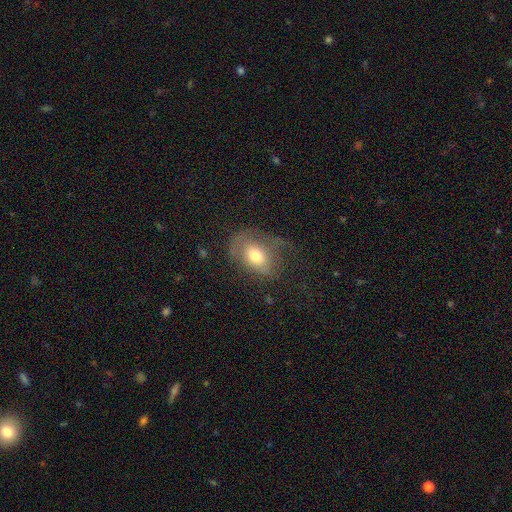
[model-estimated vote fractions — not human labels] Smooth or featured? smooth (59%)
How rounded? in between (76%)
Merging? none (39%)